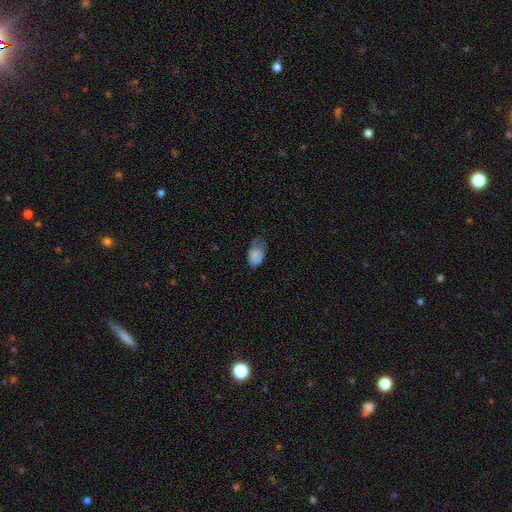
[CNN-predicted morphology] Overall: smooth (80%). How rounded: in between (90%). Merging: minor disturbance (40%; none 38%).